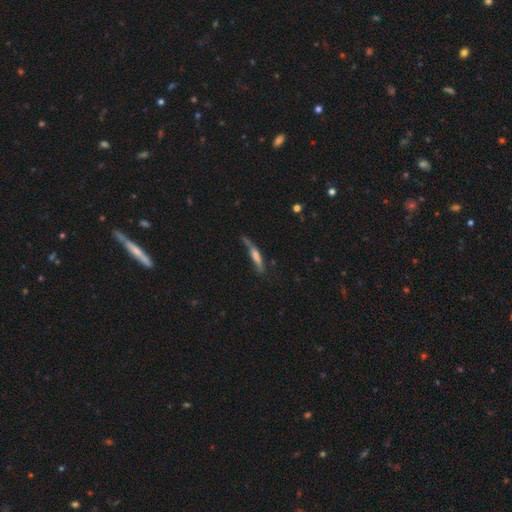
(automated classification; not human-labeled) smooth-or-featured: smooth: 45% (tied) | featured or disk: 45% (tied) | star or artifact: 10%
  merging: none: 51% | minor disturbance: 30% | major disturbance: 14% | merger: 5%